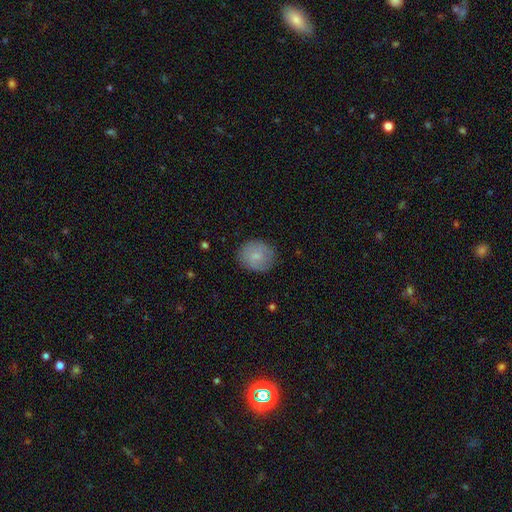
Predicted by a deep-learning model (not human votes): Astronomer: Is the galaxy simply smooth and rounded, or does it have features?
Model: smooth — 75%.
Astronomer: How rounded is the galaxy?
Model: round — 84%.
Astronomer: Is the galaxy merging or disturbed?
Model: none — 84%.